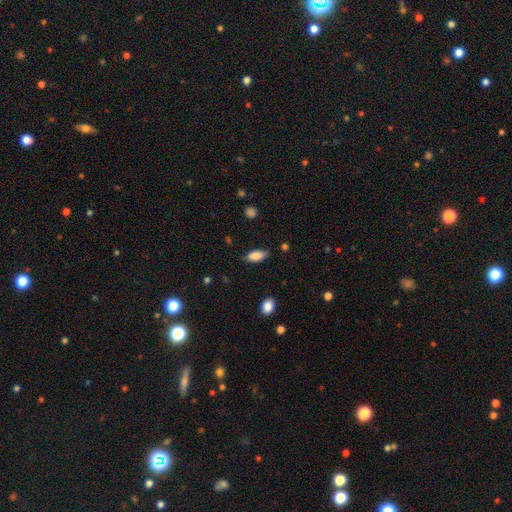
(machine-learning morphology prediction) smooth-or-featured: smooth: 86% | featured or disk: 7% | star or artifact: 7%
  how-rounded: in between: 88% | cigar-shaped: 10% | round: 2%
  merging: none: 82% | minor disturbance: 14% | major disturbance: 3% | merger: 1%